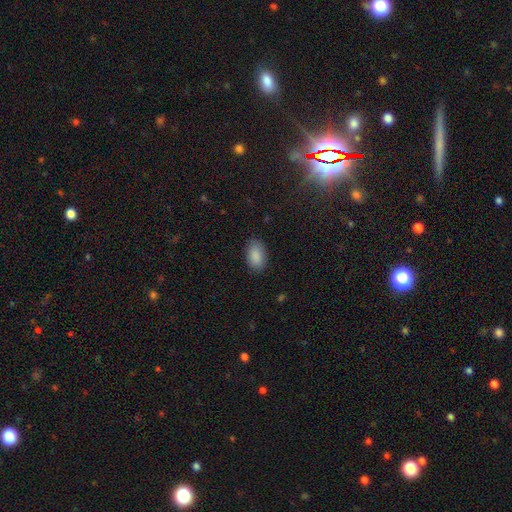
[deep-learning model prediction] This appears to be a smooth galaxy with no disk features (89%) that is in between round and cigar-shaped (93%). Merging: none (84%).